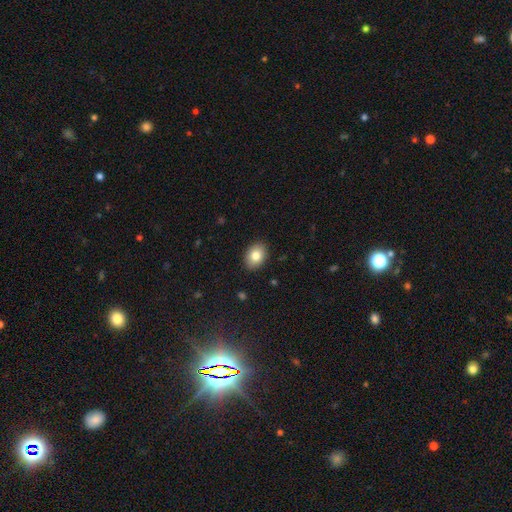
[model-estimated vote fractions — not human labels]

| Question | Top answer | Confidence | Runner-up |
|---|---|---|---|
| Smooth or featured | smooth | 81% | featured or disk (11%) |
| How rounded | in between | 74% | round (25%) |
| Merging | none | 89% | minor disturbance (8%) |